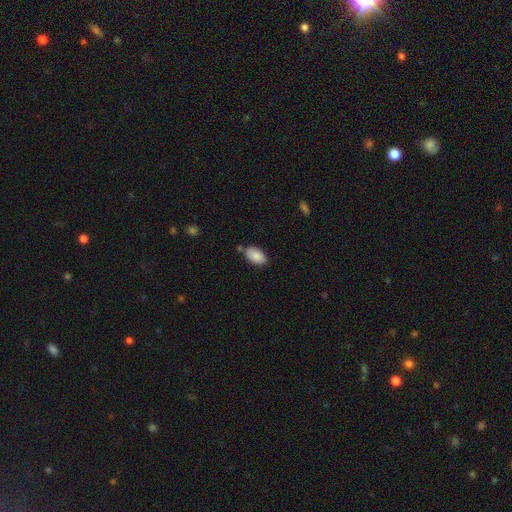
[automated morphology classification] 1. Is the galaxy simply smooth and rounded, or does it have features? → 88% smooth, 7% star or artifact, 6% featured or disk.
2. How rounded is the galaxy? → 94% in between, 4% round, 1% cigar-shaped.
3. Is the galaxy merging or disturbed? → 75% none, 15% minor disturbance, 7% merger, 3% major disturbance.